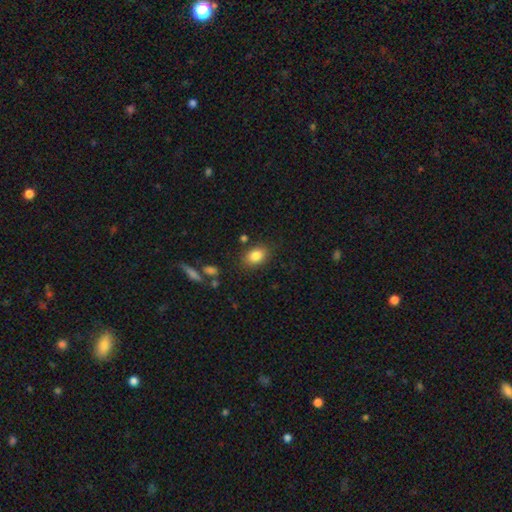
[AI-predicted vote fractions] This is clearly a smooth galaxy (84%). How rounded: likely in between (75%). Merging: clearly none (81%).